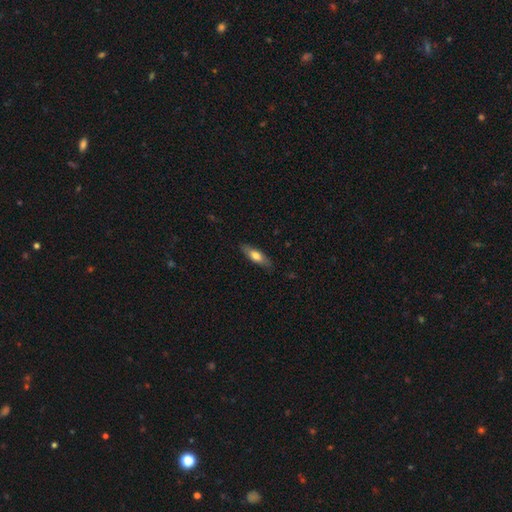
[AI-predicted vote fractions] A smooth galaxy with no disk features (66%) that is in between round and cigar-shaped (54%).

Vote fractions:
- Smooth or featured? smooth: 66% / featured or disk: 28% / star or artifact: 6%
- How rounded? in between: 54% / cigar-shaped: 43% / round: 2%
- Merging? none: 84% / minor disturbance: 13% / major disturbance: 2% / merger: 1%